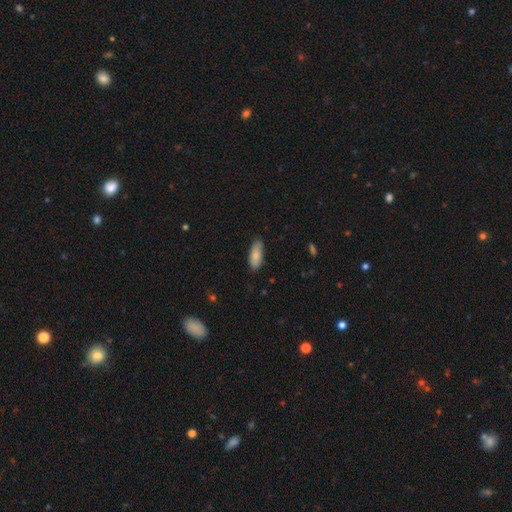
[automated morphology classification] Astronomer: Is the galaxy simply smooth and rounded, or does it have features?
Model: smooth — 81%.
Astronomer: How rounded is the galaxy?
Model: in between — 77%.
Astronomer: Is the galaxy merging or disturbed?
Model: none — 78%.